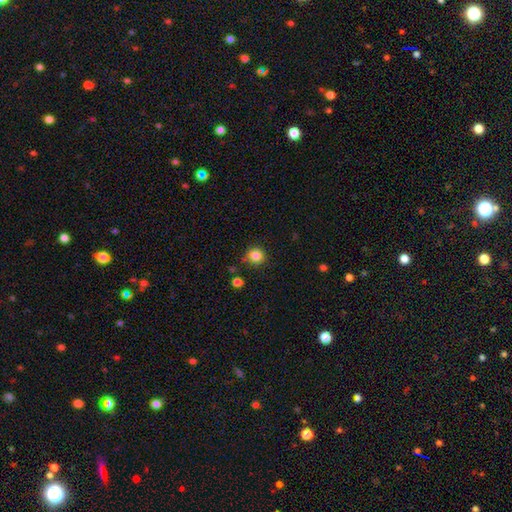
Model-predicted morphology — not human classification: Smooth or featured? Predicted: smooth (p=0.84). How rounded? Predicted: round (p=0.89). Merging? Predicted: none (p=0.84).